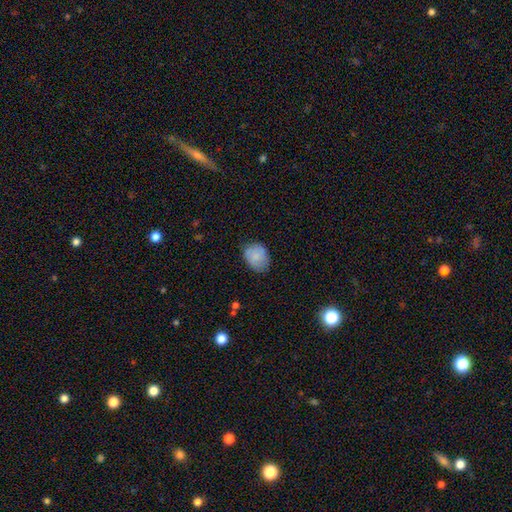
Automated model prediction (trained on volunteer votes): Smooth or featured? Predicted: smooth (p=0.80). How rounded? Predicted: in between (p=0.61). Merging? Predicted: none (p=0.70).